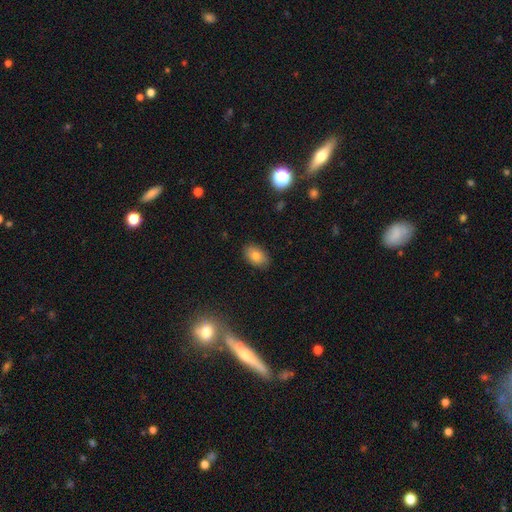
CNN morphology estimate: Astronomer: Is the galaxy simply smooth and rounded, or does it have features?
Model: smooth — 80%.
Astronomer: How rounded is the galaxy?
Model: in between — 87%.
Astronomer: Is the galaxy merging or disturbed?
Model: none — 86%.